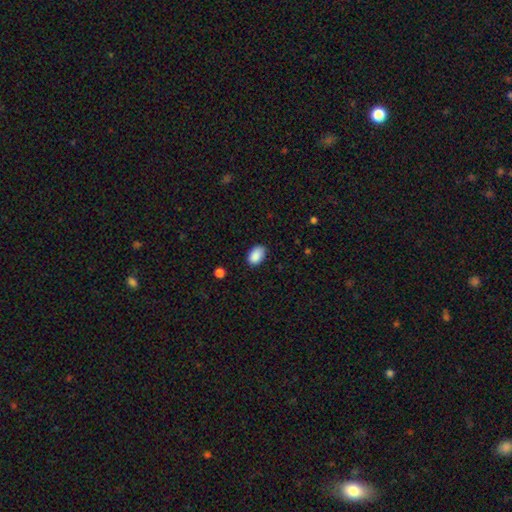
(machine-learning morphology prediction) A smooth galaxy with no disk features (89%) that is in between round and cigar-shaped (89%). Merging: none (81%).